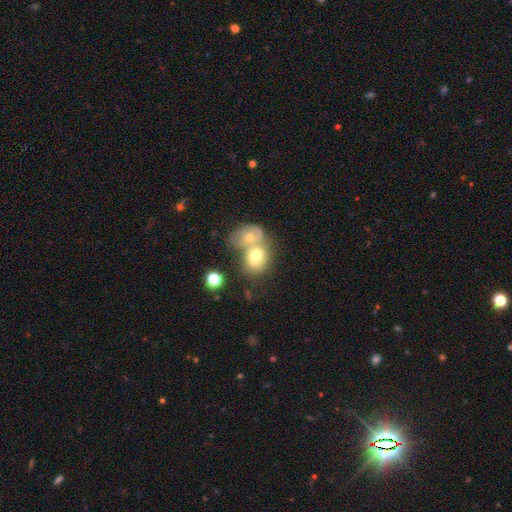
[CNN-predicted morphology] smooth-or-featured: smooth: 64% | featured or disk: 25% | star or artifact: 11%
  how-rounded: in between: 50% | round: 48% | cigar-shaped: 1%
  merging: merger: 65% | none: 23% | minor disturbance: 8% | major disturbance: 4%